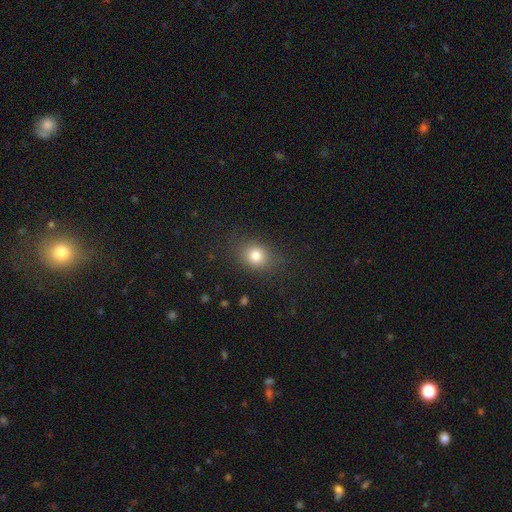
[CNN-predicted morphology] Smooth or featured: smooth — 79% (star or artifact — 13%)
How rounded: round — 57% (in between — 42%)
Merging: none — 83% (minor disturbance — 11%)